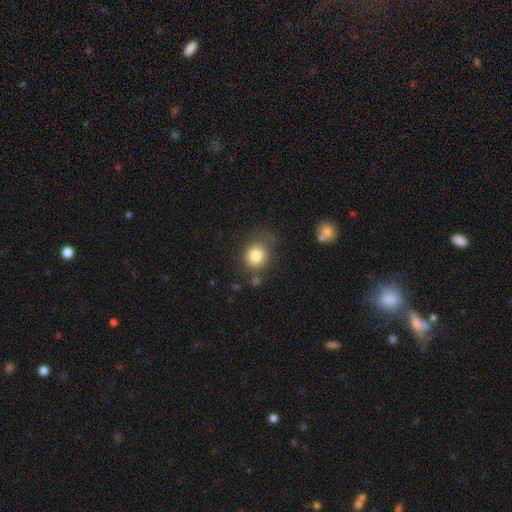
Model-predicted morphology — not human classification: This appears to be a smooth galaxy with no disk features (81%) that is round (73%). Merging: none (67%).